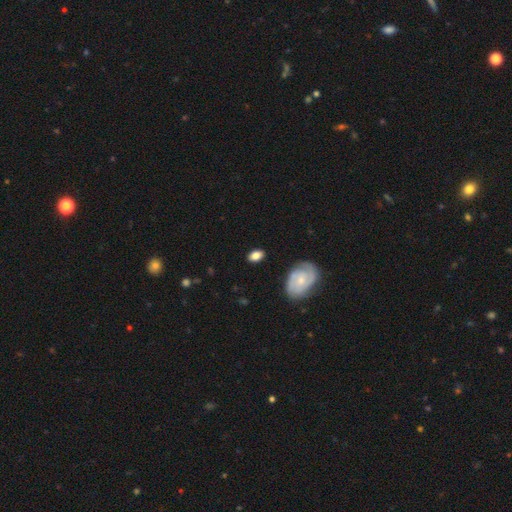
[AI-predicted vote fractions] smooth 75%, featured or disk 17%, star or artifact 7%. Down the decision tree: how rounded — in between (85%); merging — none (81%).